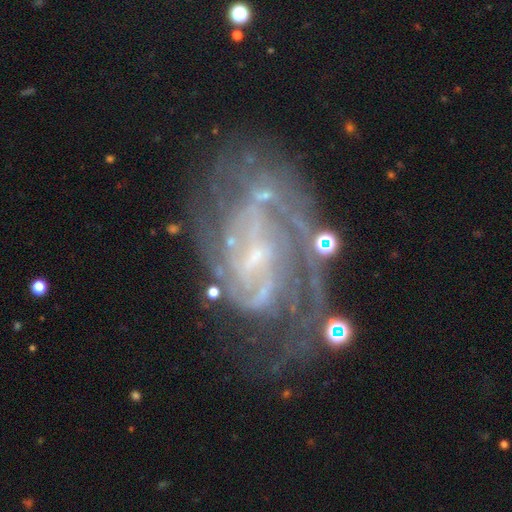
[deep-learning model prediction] Overall: featured or disk (85%). Edge-on disk: no (97%). Bar: weak (44%; no 41%). Spiral arms: yes (90%). Spiral arm count: can't tell (34%; 2 30%). Spiral winding: tight (45%; medium 41%). Bulge size: small (64%). Merging: none (53%; minor disturbance 21%).